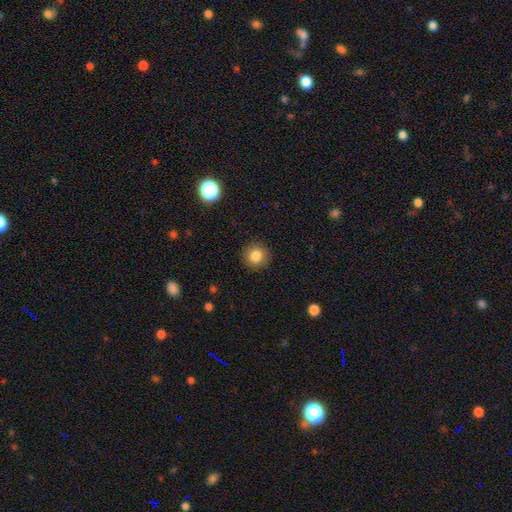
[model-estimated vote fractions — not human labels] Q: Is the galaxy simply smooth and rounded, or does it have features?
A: smooth — 83%.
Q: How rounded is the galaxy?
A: round — 94%.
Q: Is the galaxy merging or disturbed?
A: none — 91%.